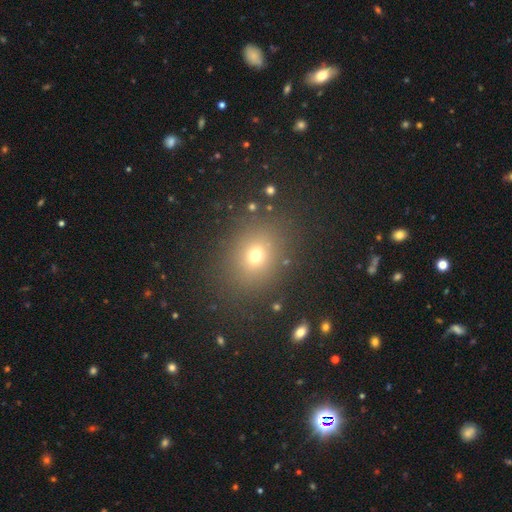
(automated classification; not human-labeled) Smooth or featured? Predicted: smooth (p=0.68). How rounded? Predicted: round (p=0.62). Merging? Predicted: none (p=0.84).